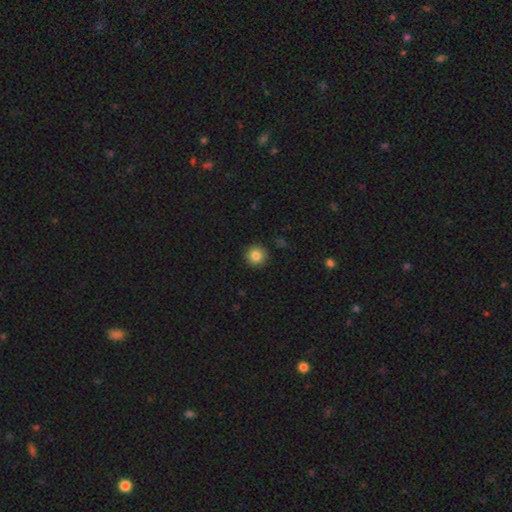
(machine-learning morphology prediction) Smooth or featured: smooth — 85% (star or artifact — 10%)
How rounded: round — 95% (in between — 4%)
Merging: none — 92% (minor disturbance — 6%)